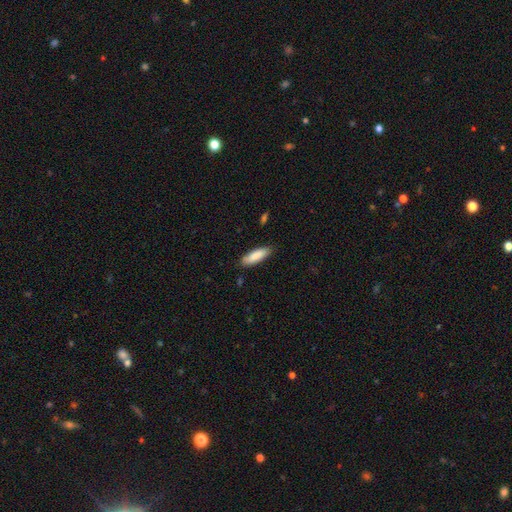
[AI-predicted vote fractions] This appears to be a smooth galaxy with no disk features (87%) that is in between round and cigar-shaped (51%). Merging: none (84%).